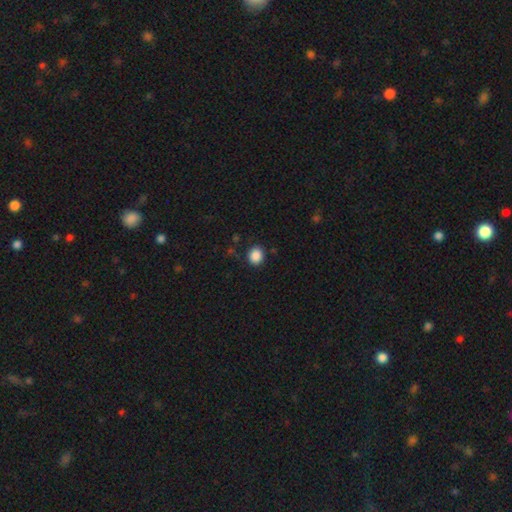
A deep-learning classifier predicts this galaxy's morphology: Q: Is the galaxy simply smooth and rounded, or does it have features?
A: smooth — 88%.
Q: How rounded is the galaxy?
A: round — 75%.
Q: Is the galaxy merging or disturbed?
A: none — 88%.